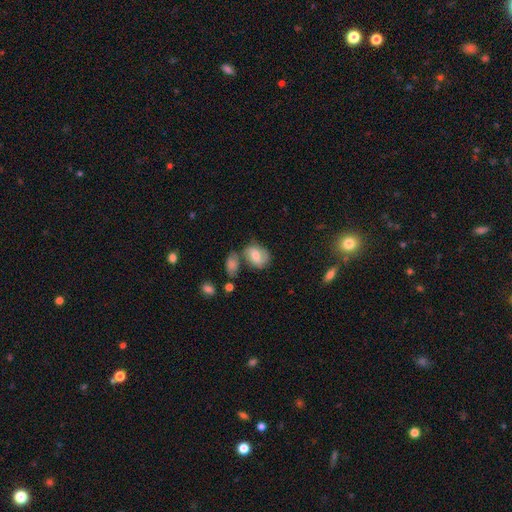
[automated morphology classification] type=smooth (50%); roundness=in between (65%); merging=none (50%).